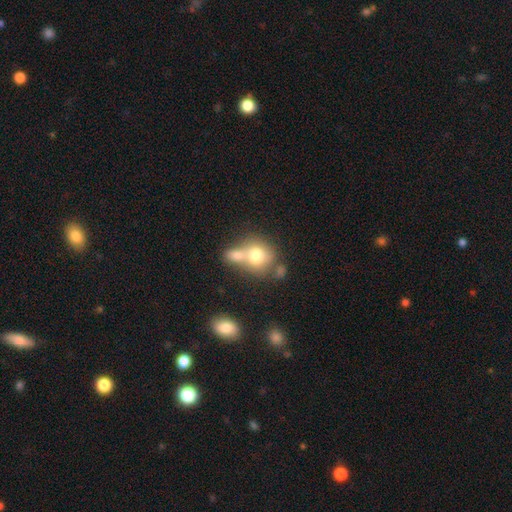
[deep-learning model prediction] Morphology: type=smooth (72%); roundness=round (70%); merging=merger (55%).